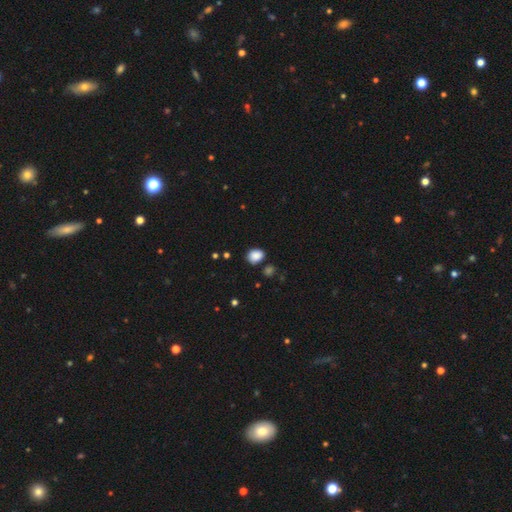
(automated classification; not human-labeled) Morphology: type=smooth (87%); roundness=in between (58%); merging=none (77%).